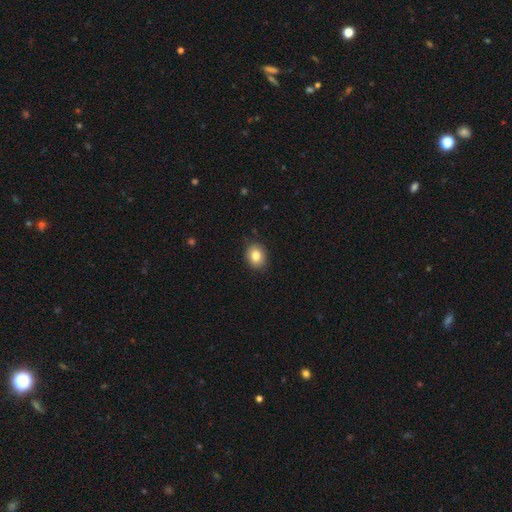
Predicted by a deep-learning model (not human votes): Smooth or featured: smooth — 82% (star or artifact — 9%)
How rounded: round — 51% (in between — 48%)
Merging: none — 87% (minor disturbance — 10%)